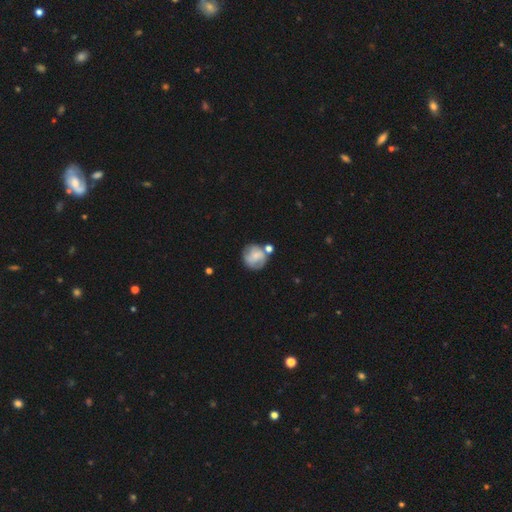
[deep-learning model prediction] Smooth or featured? smooth (50%)
Merging? none (55%)